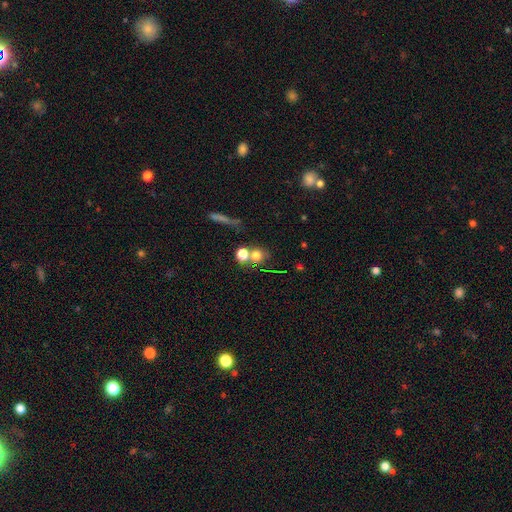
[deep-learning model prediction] Morphology: type=smooth (69%); roundness=round (81%); merging=none (52%).